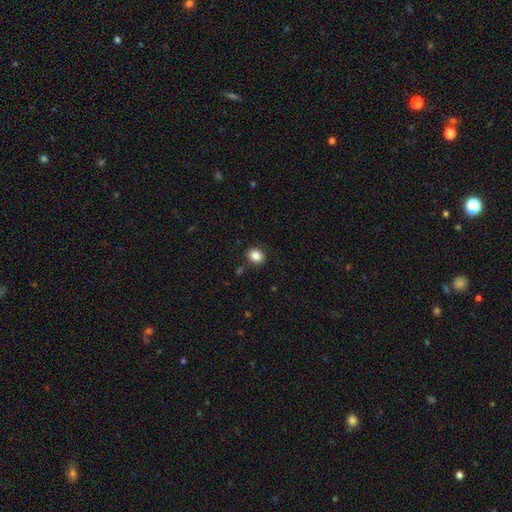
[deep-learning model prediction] smooth 86%, star or artifact 10%, featured or disk 4%. Down the decision tree: how rounded — round (63%); merging — none (87%).